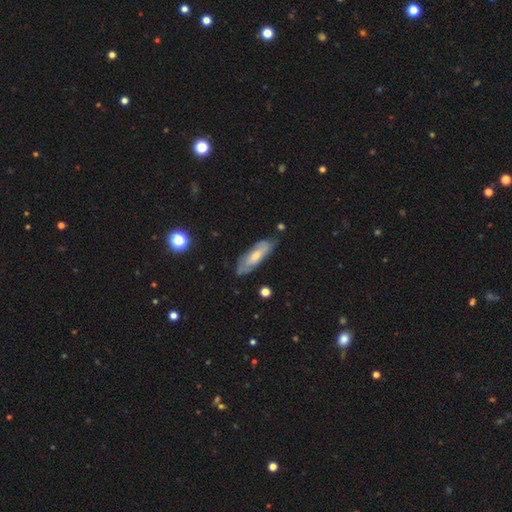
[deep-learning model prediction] The model was most divided on "smooth or featured": featured or disk: 50%, smooth: 43%, star or artifact: 7%. More confident: merging — none (72%).